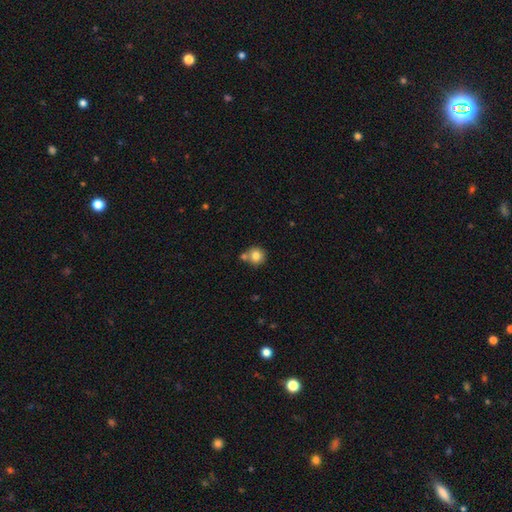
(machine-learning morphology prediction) Overall: smooth (81%). How rounded: round (90%). Merging: none (61%; merger 26%).